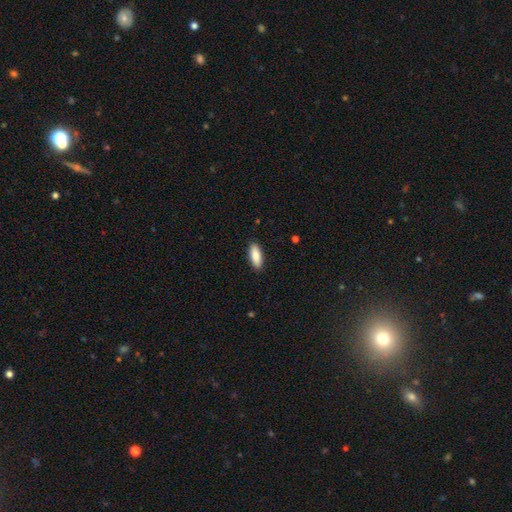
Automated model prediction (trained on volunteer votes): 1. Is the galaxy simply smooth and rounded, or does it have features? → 85% smooth, 9% featured or disk, 6% star or artifact.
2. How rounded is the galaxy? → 73% in between, 25% cigar-shaped, 2% round.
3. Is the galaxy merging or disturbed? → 90% none, 8% minor disturbance, 2% major disturbance, 1% merger.